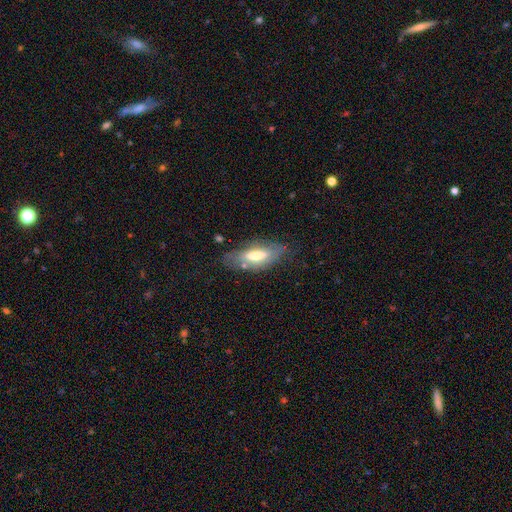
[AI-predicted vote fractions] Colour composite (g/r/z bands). It shows a smooth galaxy with no disk features (53%) that is in between round and cigar-shaped (66%). Merging: none (67%).